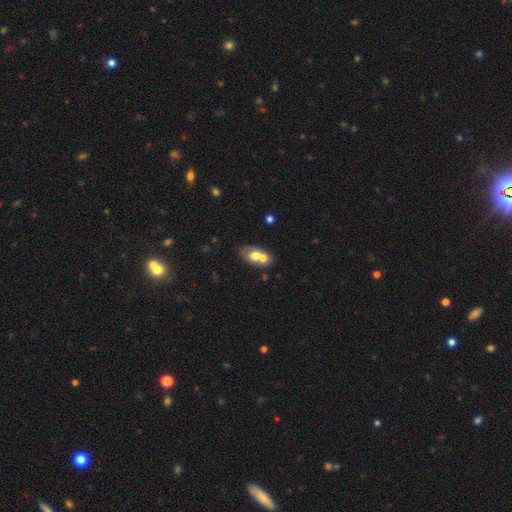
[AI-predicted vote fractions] Morphology: type=smooth (62%); roundness=in between (80%); merging=merger (53%).